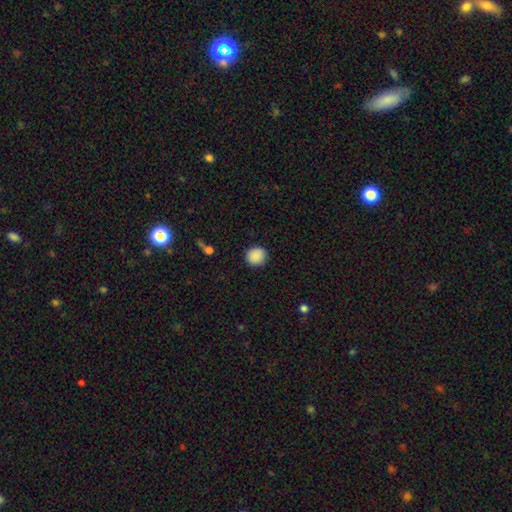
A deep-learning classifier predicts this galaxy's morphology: Smooth or featured? smooth (89%)
How rounded? round (89%)
Merging? none (91%)